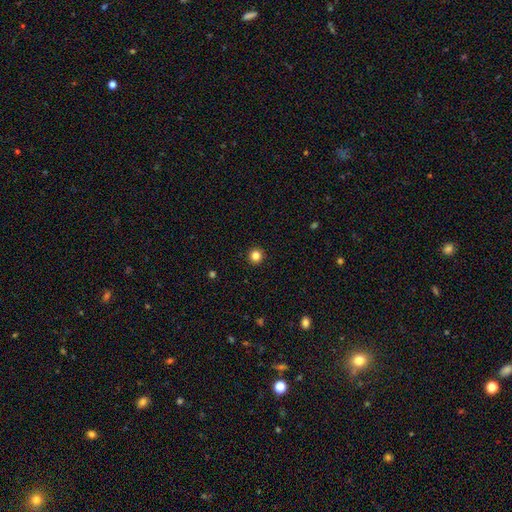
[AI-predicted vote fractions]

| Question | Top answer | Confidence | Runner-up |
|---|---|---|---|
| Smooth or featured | smooth | 84% | star or artifact (12%) |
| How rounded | round | 95% | in between (4%) |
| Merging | none | 94% | minor disturbance (4%) |